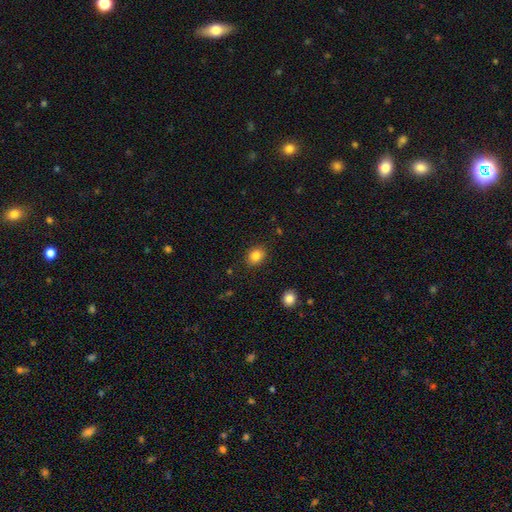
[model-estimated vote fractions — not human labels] Overall: smooth (84%). How rounded: round (50%; in between 49%). Merging: none (88%).